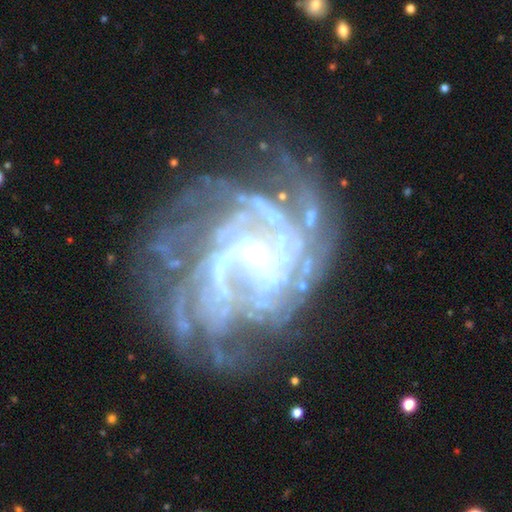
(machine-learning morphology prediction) type=featured or disk (88%); edge-on=no (98%); bar=no (61%); spiral arms=yes (95%); winding=tight (60%); arm count=can't tell (27%); bulge=small (79%); merging=none (58%).